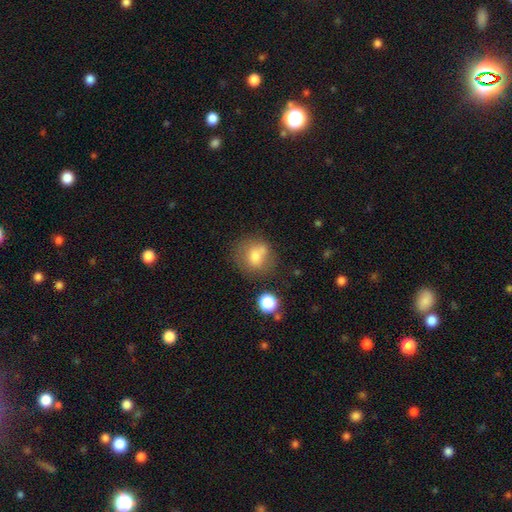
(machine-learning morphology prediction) This appears to be a smooth galaxy with no disk features (71%) that is round (74%). Merging: none (51%).